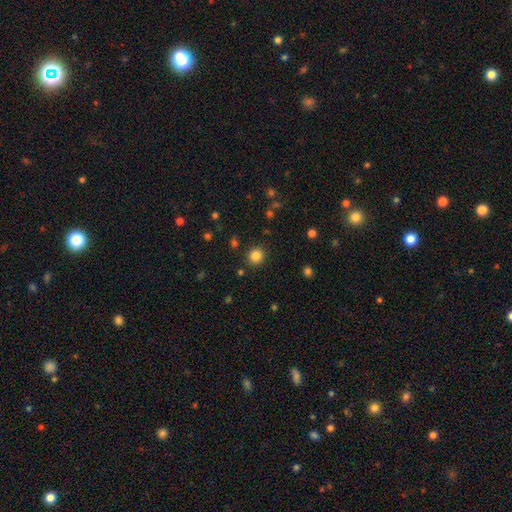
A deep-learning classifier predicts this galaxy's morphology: smooth-or-featured: smooth: 84% | star or artifact: 12% | featured or disk: 4%
  how-rounded: round: 92% | in between: 8% | cigar-shaped: 1%
  merging: none: 90% | minor disturbance: 6% | major disturbance: 2% | merger: 2%